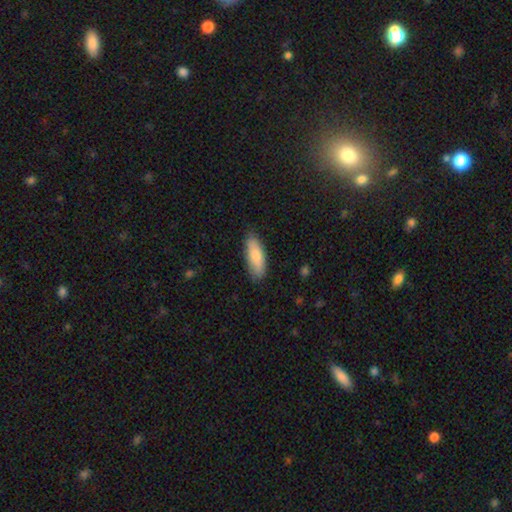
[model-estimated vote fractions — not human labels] A smooth galaxy with no disk features (80%) that is in between round and cigar-shaped (64%).

Vote fractions:
- Smooth or featured? smooth: 80% / featured or disk: 14% / star or artifact: 5%
- How rounded? in between: 64% / cigar-shaped: 34% / round: 2%
- Merging? none: 82% / minor disturbance: 14% / major disturbance: 3% / merger: 1%